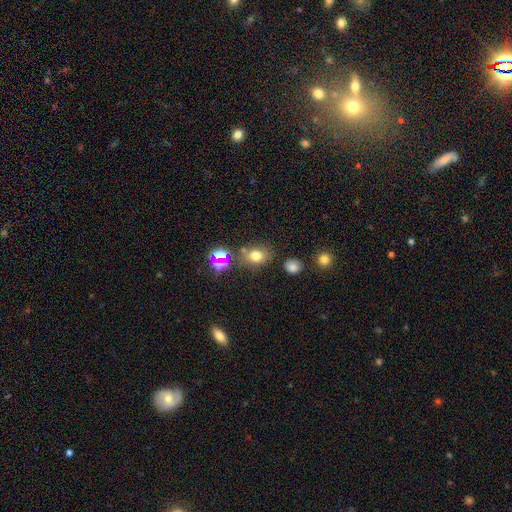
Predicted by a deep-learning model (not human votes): This is likely a smooth galaxy (72%). How rounded: possibly in between (53%). Merging: likely none (69%).